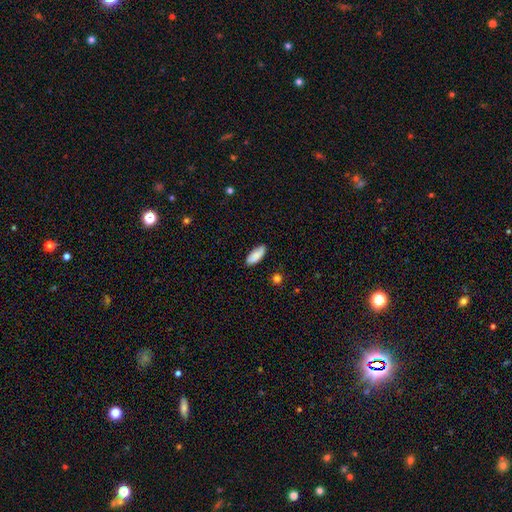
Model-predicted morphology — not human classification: This is clearly a smooth galaxy (88%). How rounded: likely in between (78%). Merging: clearly none (85%).